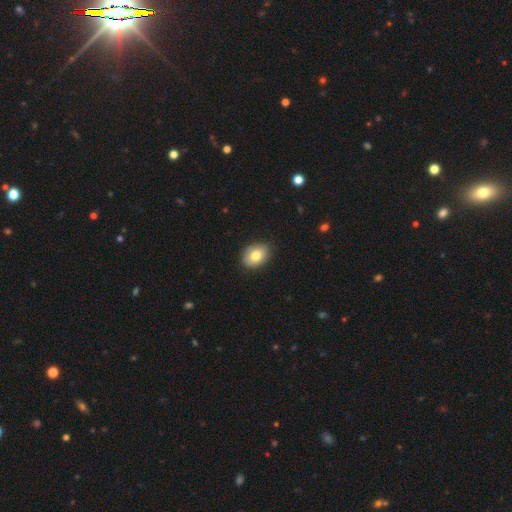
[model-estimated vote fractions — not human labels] A smooth galaxy with no disk features (81%) that is in between round and cigar-shaped (73%).

Vote fractions:
- Smooth or featured? smooth: 81% / featured or disk: 12% / star or artifact: 8%
- How rounded? in between: 73% / round: 26% / cigar-shaped: 1%
- Merging? none: 87% / minor disturbance: 10% / major disturbance: 2% / merger: 1%